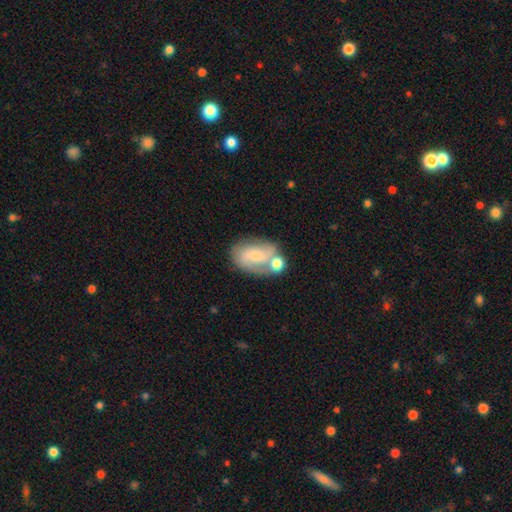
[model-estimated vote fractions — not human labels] Smooth or featured?
  - smooth: 46% *
  - featured or disk: 45%
  - star or artifact: 9%
Merging?
  - none: 39% *
  - merger: 33%
  - minor disturbance: 18%
  - major disturbance: 9%